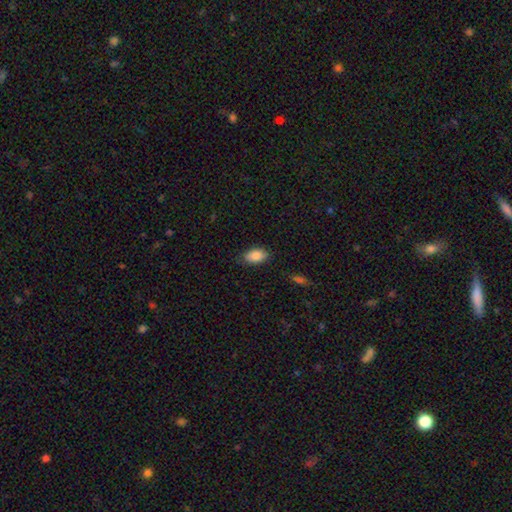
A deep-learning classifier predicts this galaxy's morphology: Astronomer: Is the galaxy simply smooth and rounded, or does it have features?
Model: smooth — 86%.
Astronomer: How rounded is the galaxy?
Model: in between — 92%.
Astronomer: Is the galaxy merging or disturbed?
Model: none — 84%.